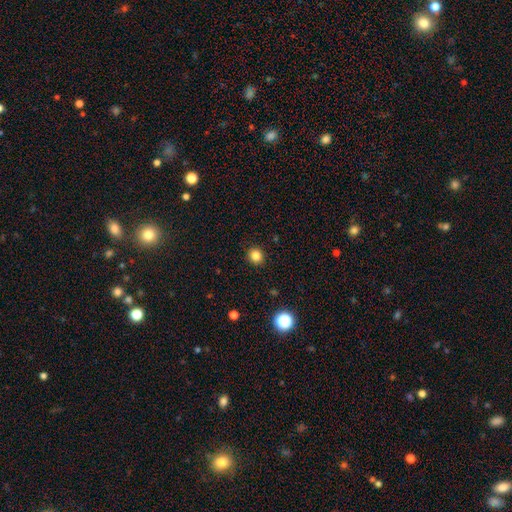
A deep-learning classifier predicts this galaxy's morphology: Overall: smooth (83%). How rounded: round (88%). Merging: none (92%).